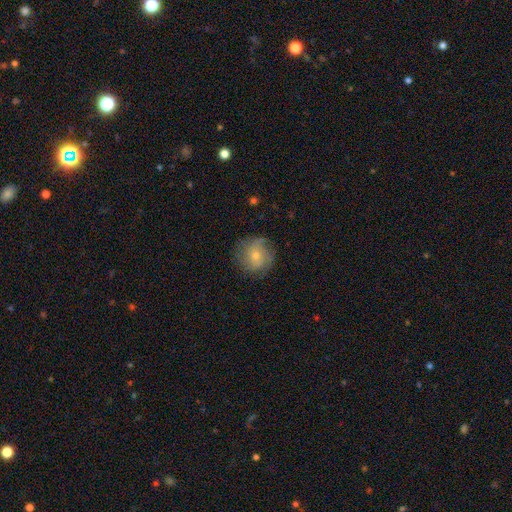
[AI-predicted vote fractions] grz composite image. It shows a featured or disk galaxy (58%) with no bar (78%), spiral arms (86%) and a small central bulge (54%). Merging: none (78%).